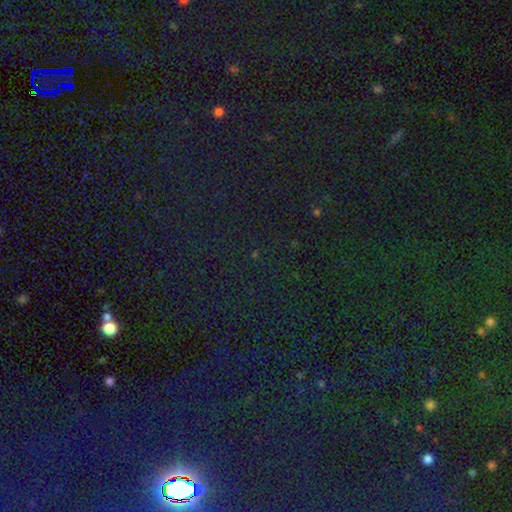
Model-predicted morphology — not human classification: This appears to be a star or artifact, not a galaxy (79%).